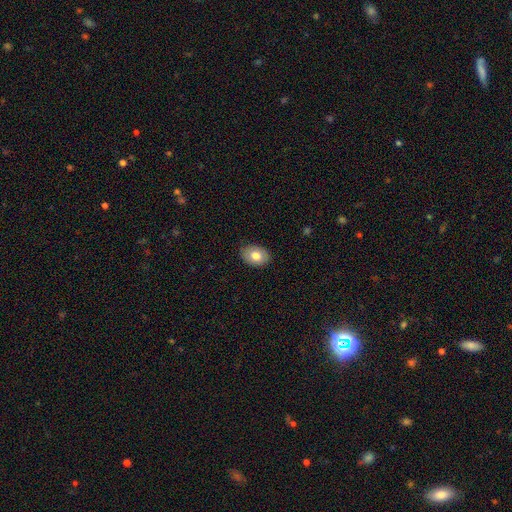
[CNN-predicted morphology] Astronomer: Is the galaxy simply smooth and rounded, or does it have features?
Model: smooth — 75%.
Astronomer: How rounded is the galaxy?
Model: in between — 77%.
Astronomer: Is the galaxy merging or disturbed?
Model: none — 85%.